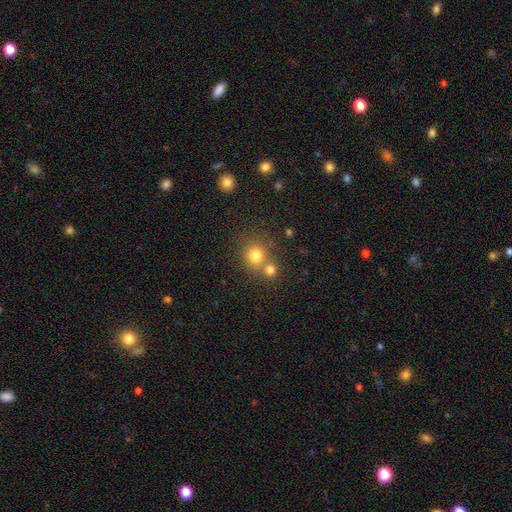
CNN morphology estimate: This appears to be a smooth galaxy with no disk features (78%) that is round (85%). Merging: none (57%).